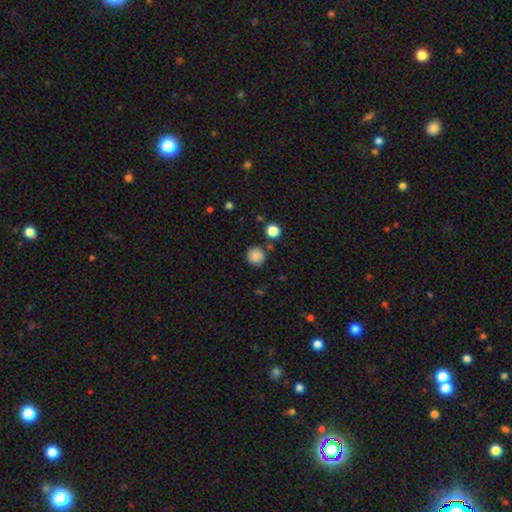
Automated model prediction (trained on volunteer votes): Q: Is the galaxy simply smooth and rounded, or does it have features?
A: smooth — 86%.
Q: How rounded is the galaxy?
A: round — 94%.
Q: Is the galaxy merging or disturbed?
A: none — 85%.